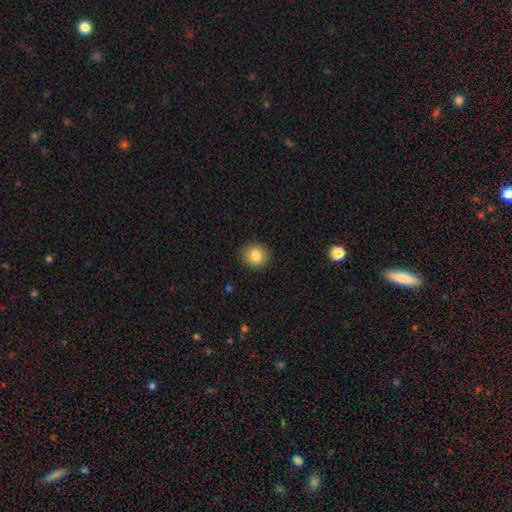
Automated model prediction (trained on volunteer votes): The model was most divided on "how rounded": round: 82%, in between: 17%, cigar-shaped: 1%. More confident: merging — none (89%); smooth or featured — smooth (84%).